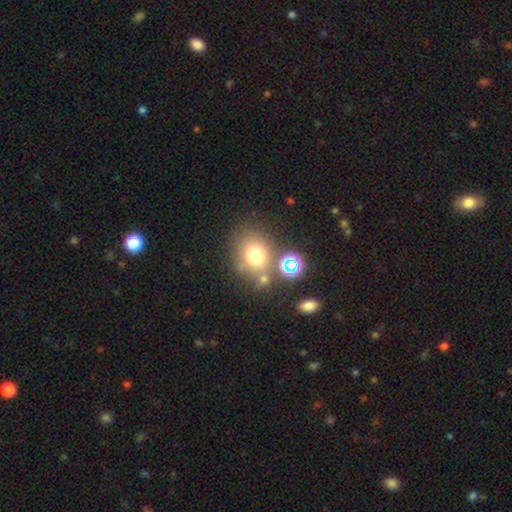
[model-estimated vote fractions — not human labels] A smooth galaxy with no disk features (70%) that is round (58%).

Vote fractions:
- Smooth or featured? smooth: 70% / star or artifact: 17% / featured or disk: 12%
- How rounded? round: 58% / in between: 41% / cigar-shaped: 1%
- Merging? none: 61% / merger: 18% / minor disturbance: 14% / major disturbance: 7%